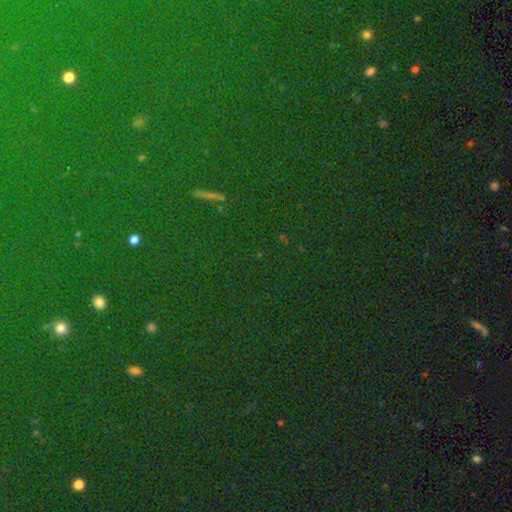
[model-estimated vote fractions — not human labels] smooth-or-featured: star or artifact: 81% | smooth: 10% | featured or disk: 8%